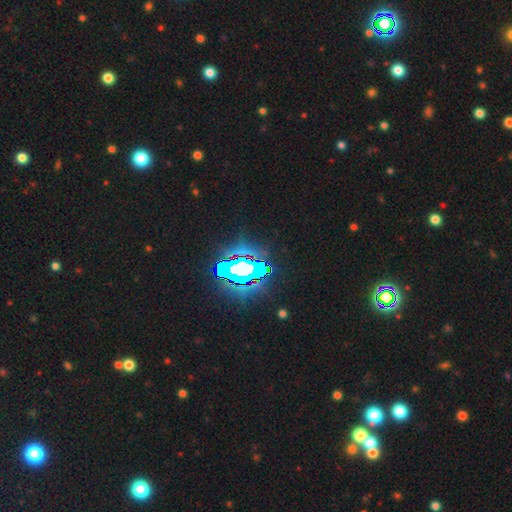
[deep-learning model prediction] A star or artifact, not a galaxy (85%).

Vote fractions:
- Smooth or featured? star or artifact: 85% / smooth: 9% / featured or disk: 7%